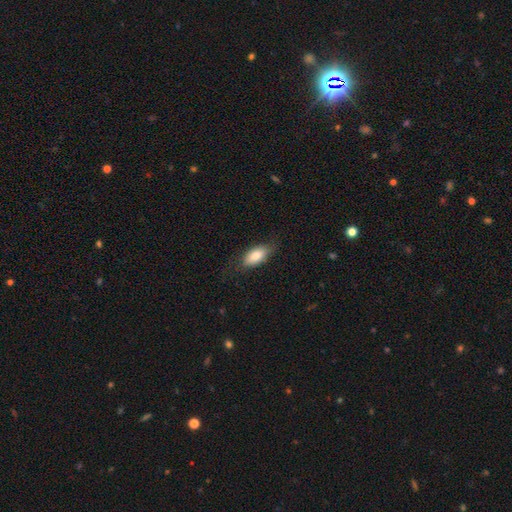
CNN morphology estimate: Smooth or featured? smooth (80%)
How rounded? in between (88%)
Merging? none (73%)